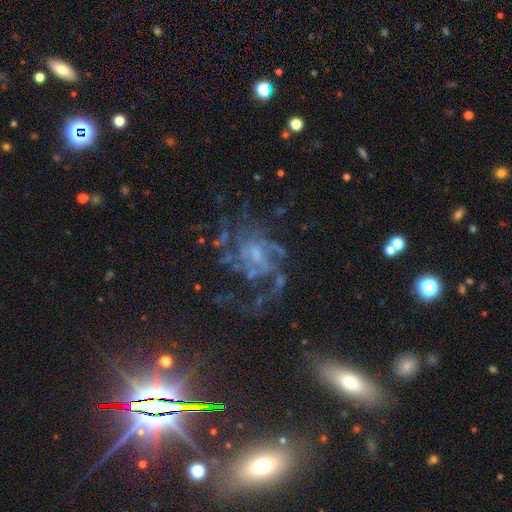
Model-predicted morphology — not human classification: type=featured or disk (71%); edge-on=no (97%); bar=no (56%); spiral arms=yes (81%); winding=medium (43%); arm count=can't tell (44%); bulge=small (46%); merging=none (50%).